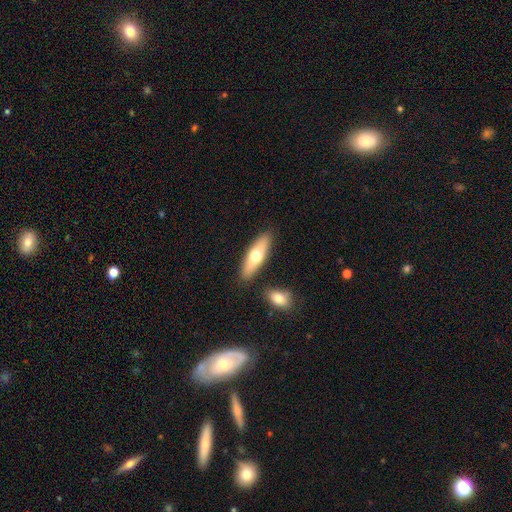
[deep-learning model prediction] Smooth or featured? smooth (60%)
How rounded? in between (50%)
Merging? none (84%)